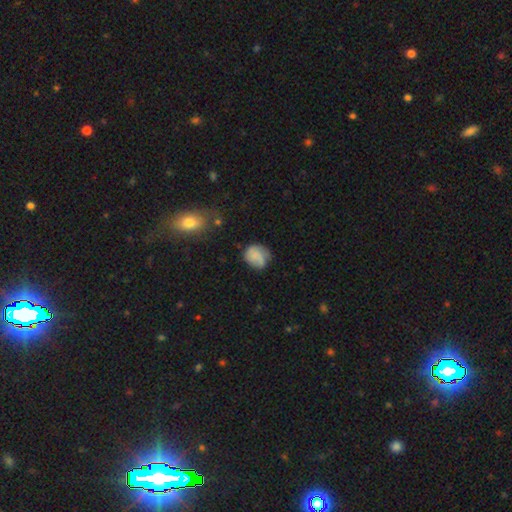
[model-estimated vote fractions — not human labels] smooth_or_featured: smooth (p=0.65) [alt: featured or disk p=0.26]
how_rounded: round (p=0.69) [alt: in between p=0.30]
merging: none (p=0.56) [alt: minor disturbance p=0.29]